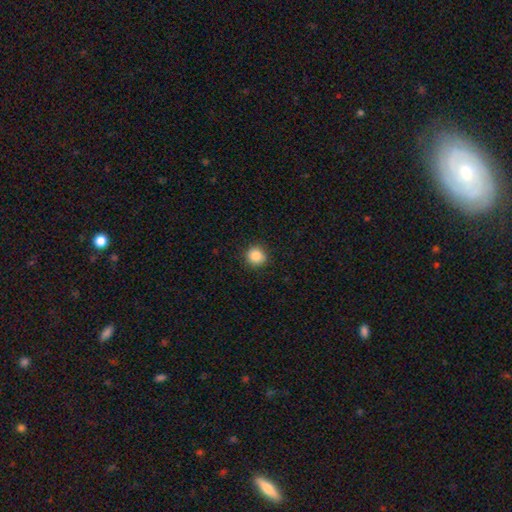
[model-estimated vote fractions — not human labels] A smooth galaxy with no disk features (87%) that is round (92%). Merging: none (90%).